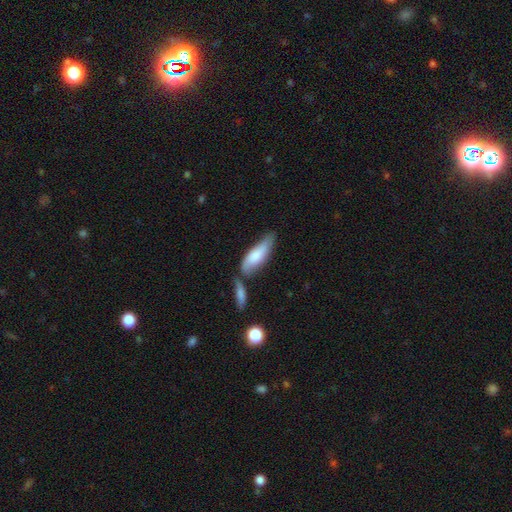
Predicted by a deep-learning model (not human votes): Overall: smooth (74%). How rounded: in between (58%; cigar-shaped 40%). Merging: none (40%; merger 27%).